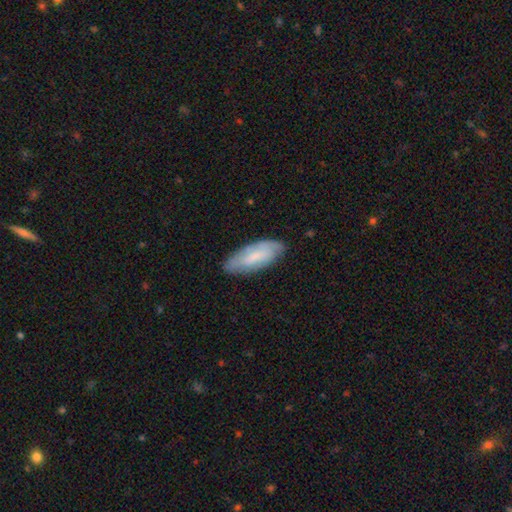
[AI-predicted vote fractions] Smooth or featured? smooth (62%)
How rounded? in between (75%)
Merging? none (77%)